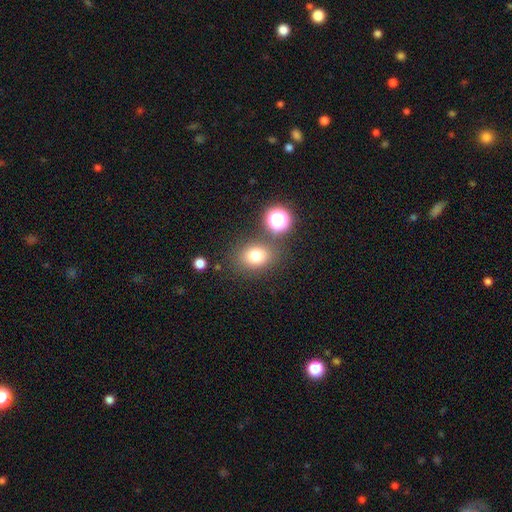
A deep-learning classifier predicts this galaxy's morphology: Smooth or featured: smooth — 76% (star or artifact — 14%)
How rounded: in between — 50% (round — 49%)
Merging: none — 76% (minor disturbance — 11%)